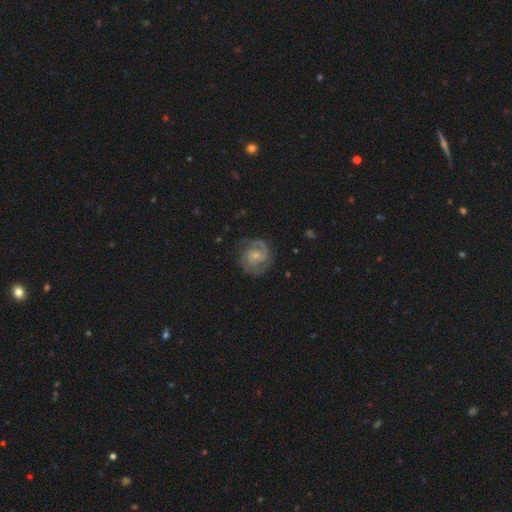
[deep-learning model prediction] A featured or disk galaxy (86%) with no bar (59%), 2 (77%) medium (46%) spiral arms (97%) and a small central bulge (67%).

Vote fractions:
- Smooth or featured? featured or disk: 86% / smooth: 9% / star or artifact: 5%
- Edge-on disk? no: 98% / yes: 2%
- Bar? no: 59% / weak: 34% / strong: 7%
- Spiral arms? yes: 97% / no: 3%
- Spiral winding? medium: 46% / tight: 44% / loose: 10%
- Spiral arm count? 2: 77% / 3: 8% / can't tell: 8% / 1: 3% / 4: 2% / more than 4: 2%
- Bulge size? small: 67% / moderate: 28% / none: 3% / large: 2% / dominant: 1%
- Merging? none: 76% / minor disturbance: 16% / major disturbance: 7% / merger: 1%